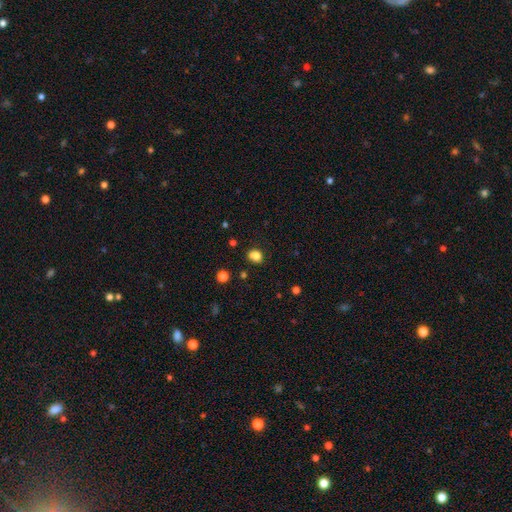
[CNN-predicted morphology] Q: Smooth or featured?
A: smooth (80%); runner-up: star or artifact (13%)
Q: How rounded?
A: round (56%); runner-up: in between (43%)
Q: Merging?
A: none (67%); runner-up: minor disturbance (18%)